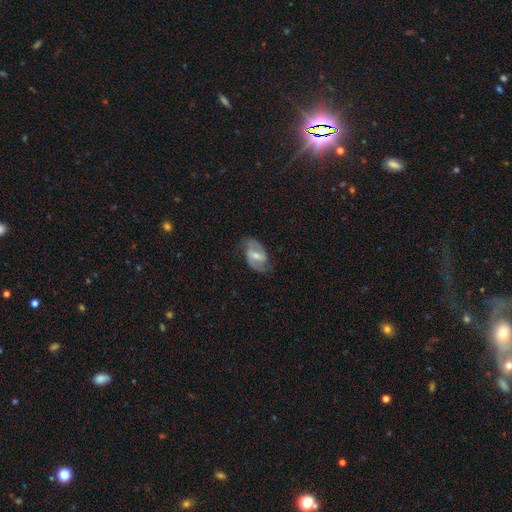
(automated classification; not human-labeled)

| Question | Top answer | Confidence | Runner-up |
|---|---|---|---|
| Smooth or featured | featured or disk | 81% | smooth (13%) |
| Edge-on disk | no | 96% | yes (4%) |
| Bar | weak | 45% | strong (40%) |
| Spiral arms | yes | 92% | no (8%) |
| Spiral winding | medium | 51% | tight (29%) |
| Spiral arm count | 2 | 89% | can't tell (6%) |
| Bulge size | moderate | 54% | small (39%) |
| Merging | none | 78% | minor disturbance (15%) |